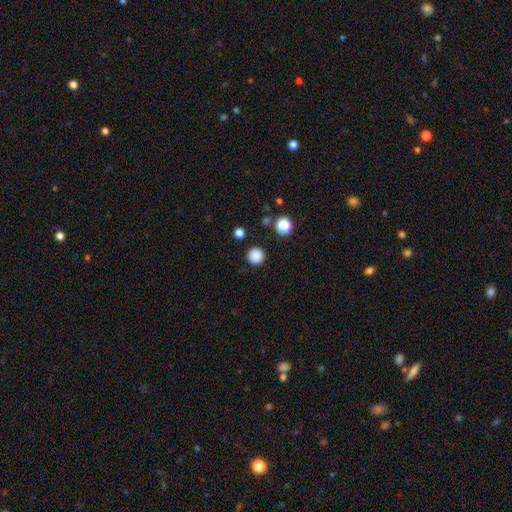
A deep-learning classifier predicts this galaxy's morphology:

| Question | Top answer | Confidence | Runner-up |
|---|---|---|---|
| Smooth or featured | smooth | 86% | star or artifact (11%) |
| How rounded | round | 95% | in between (4%) |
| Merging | none | 90% | minor disturbance (6%) |